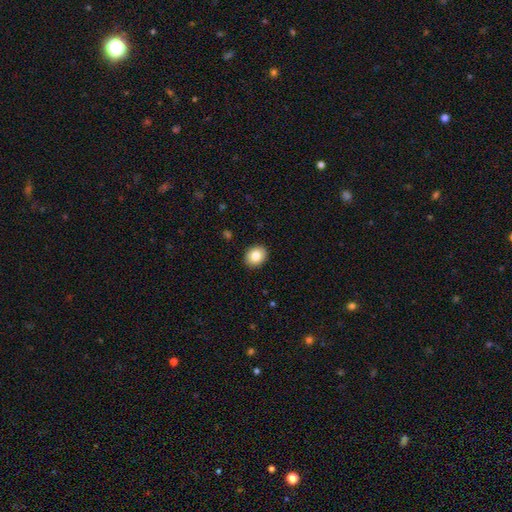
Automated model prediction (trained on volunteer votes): Smooth or featured?
  - smooth: 84% *
  - star or artifact: 9%
  - featured or disk: 8%
How rounded?
  - round: 54% *
  - in between: 45%
  - cigar-shaped: 1%
Merging?
  - none: 91% *
  - minor disturbance: 6%
  - major disturbance: 2%
  - merger: 1%